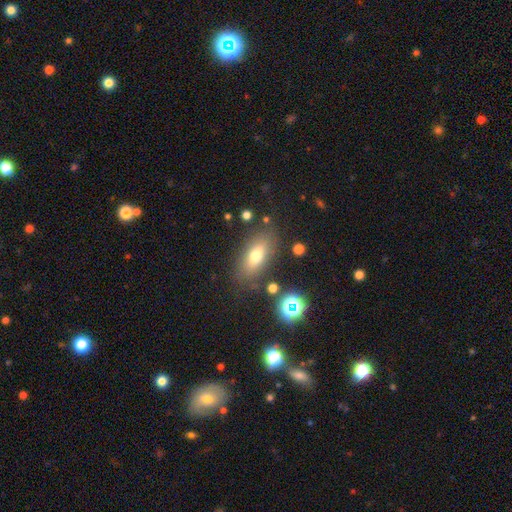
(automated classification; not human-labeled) This is likely a smooth galaxy (68%). How rounded: likely in between (78%). Merging: likely none (78%).